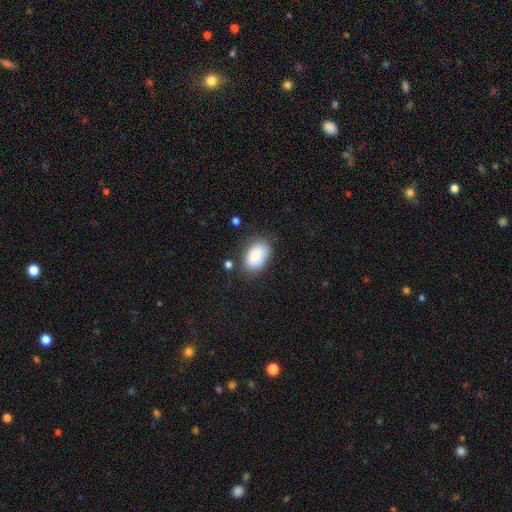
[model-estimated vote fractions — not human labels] Morphology: type=smooth (83%); roundness=in between (88%); merging=none (71%).